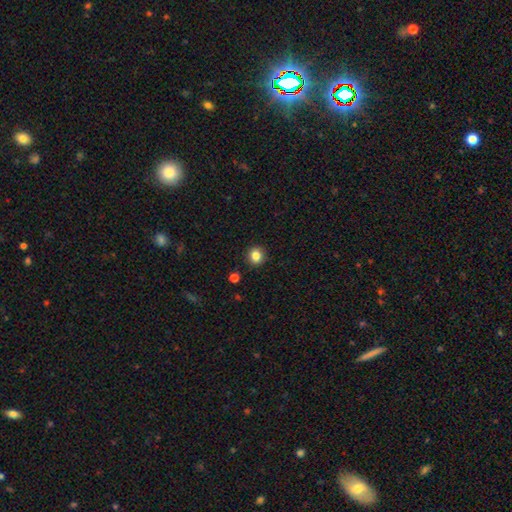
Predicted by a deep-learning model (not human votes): smooth-or-featured: smooth: 84% | star or artifact: 11% | featured or disk: 6%
  how-rounded: round: 86% | in between: 13% | cigar-shaped: 1%
  merging: none: 90% | minor disturbance: 6% | major disturbance: 2% | merger: 1%